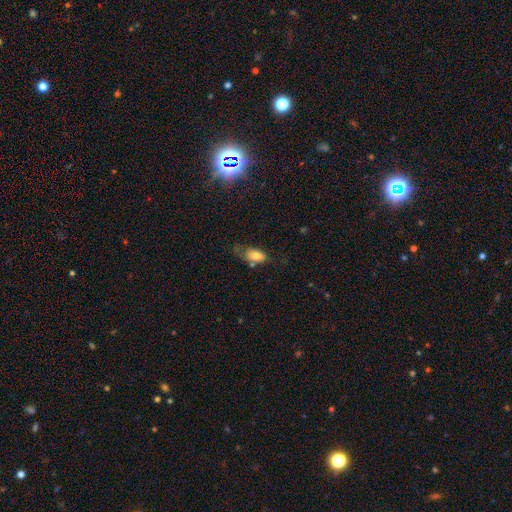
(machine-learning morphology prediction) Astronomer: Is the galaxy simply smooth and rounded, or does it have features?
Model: smooth — 76%.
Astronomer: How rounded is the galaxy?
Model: in between — 90%.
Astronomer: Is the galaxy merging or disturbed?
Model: none — 44% (runner-up: minor disturbance, 32%).